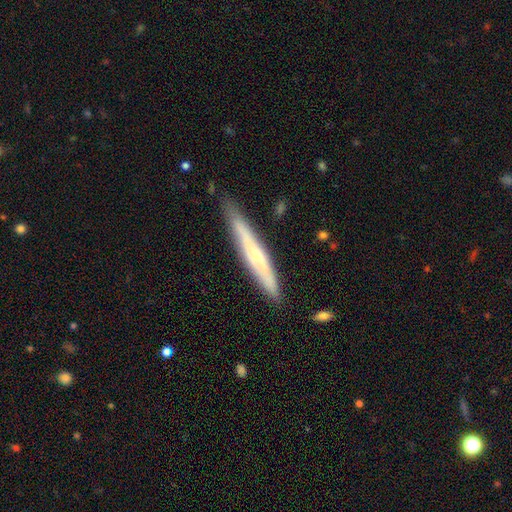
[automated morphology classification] Smooth or featured: featured or disk — 55% (smooth — 39%)
Edge-on disk: yes — 89% (no — 11%)
Merging: none — 84% (minor disturbance — 12%)